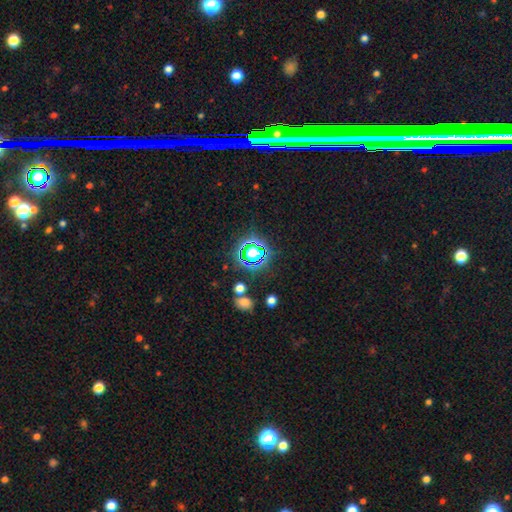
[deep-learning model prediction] smooth-or-featured: star or artifact: 61% | smooth: 28% | featured or disk: 11%